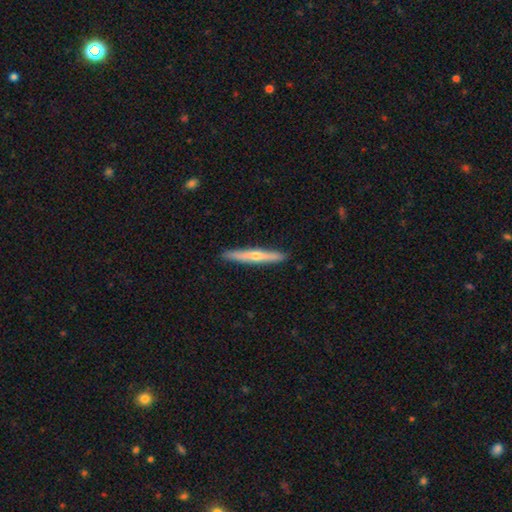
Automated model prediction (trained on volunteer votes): This is possibly a featured or disk galaxy (55%). It is clearly viewed edge-on (95%). Edge-on bulge: likely rounded (79%). Merging: clearly none (91%).